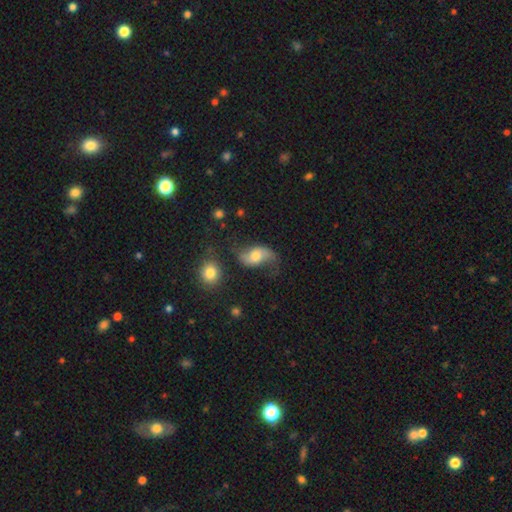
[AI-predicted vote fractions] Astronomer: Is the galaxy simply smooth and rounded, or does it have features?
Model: featured or disk — 56% (runner-up: smooth, 35%).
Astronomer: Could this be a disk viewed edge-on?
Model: no — 95%.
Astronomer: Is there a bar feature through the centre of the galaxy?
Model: no — 59%.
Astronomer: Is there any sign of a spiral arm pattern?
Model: yes — 85%.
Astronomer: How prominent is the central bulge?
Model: moderate — 61%.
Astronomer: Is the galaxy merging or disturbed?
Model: none — 51%.